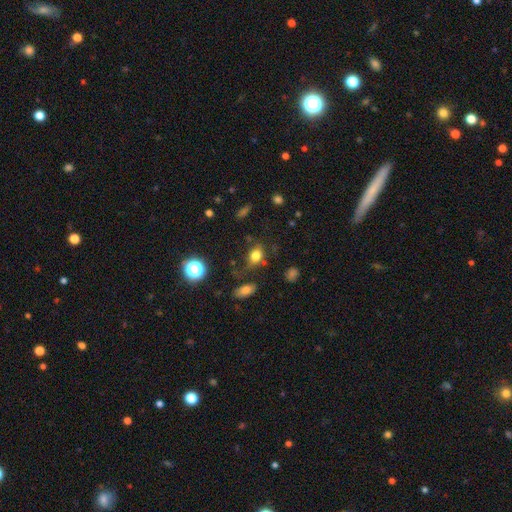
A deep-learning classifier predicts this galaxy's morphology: Smooth or featured?
  - smooth: 77% *
  - star or artifact: 14%
  - featured or disk: 9%
How rounded?
  - in between: 60% *
  - round: 38%
  - cigar-shaped: 2%
Merging?
  - none: 62% *
  - minor disturbance: 21%
  - major disturbance: 10%
  - merger: 7%